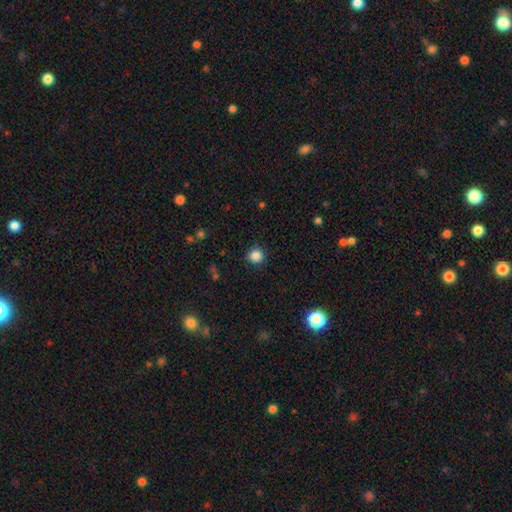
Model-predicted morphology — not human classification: A smooth galaxy with no disk features (86%) that is round (90%). Merging: none (89%).